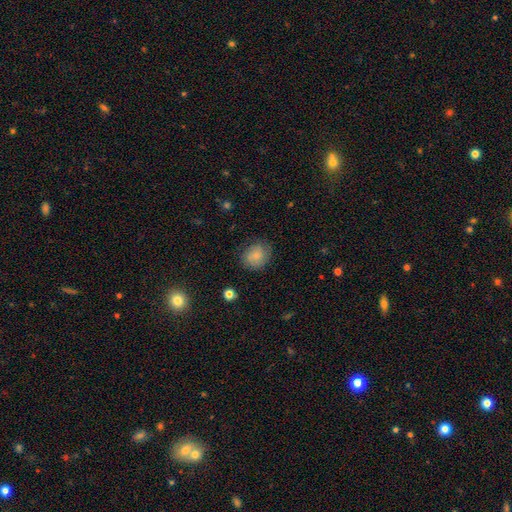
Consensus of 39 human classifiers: Volunteers were most divided on "how rounded": in between: 58%, round: 42%, cigar-shaped: 0%. More confident: smooth or featured — smooth (79%); merging — none (79%).